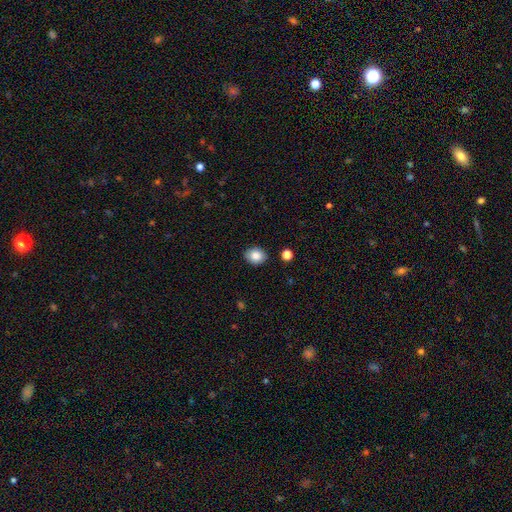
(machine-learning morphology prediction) smooth_or_featured: smooth (p=0.84) [alt: star or artifact p=0.09]
how_rounded: round (p=0.52) [alt: in between p=0.47]
merging: none (p=0.87) [alt: minor disturbance p=0.09]